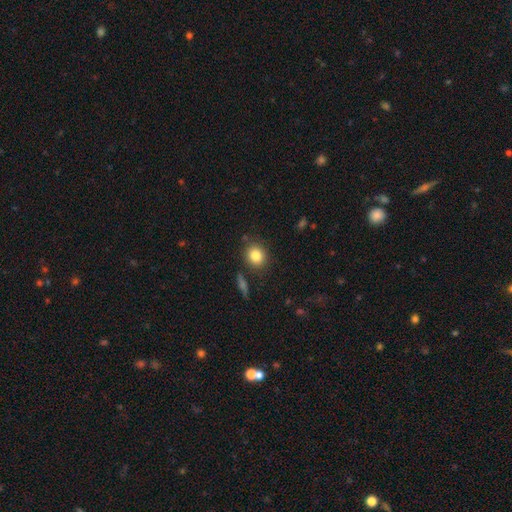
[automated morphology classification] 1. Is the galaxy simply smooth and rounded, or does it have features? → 83% smooth, 9% star or artifact, 8% featured or disk.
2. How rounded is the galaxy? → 74% round, 25% in between, 1% cigar-shaped.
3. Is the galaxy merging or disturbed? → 83% none, 10% minor disturbance, 4% merger, 3% major disturbance.